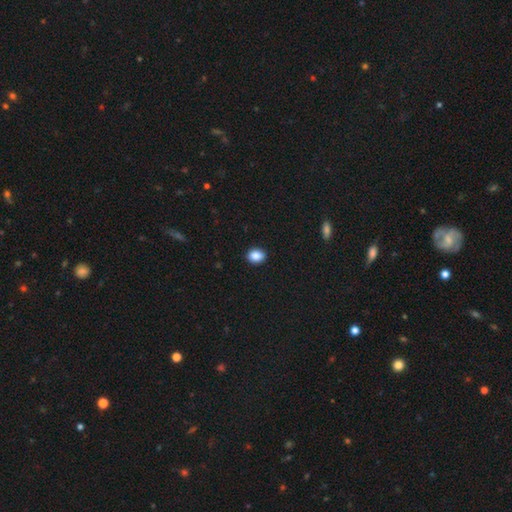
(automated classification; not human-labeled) Smooth or featured? smooth (87%)
How rounded? in between (57%)
Merging? none (91%)